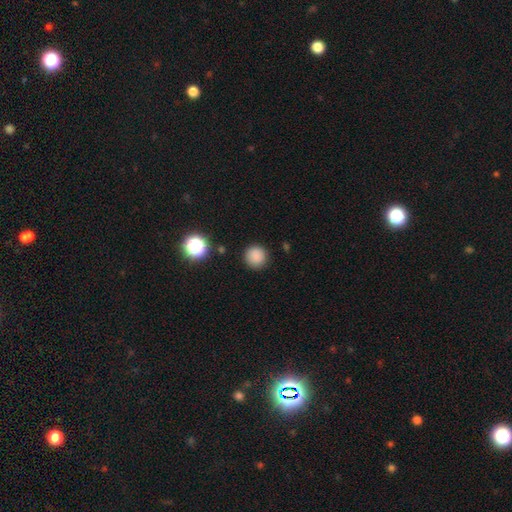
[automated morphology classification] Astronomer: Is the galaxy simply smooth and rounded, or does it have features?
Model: smooth — 84%.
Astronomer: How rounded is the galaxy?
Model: round — 95%.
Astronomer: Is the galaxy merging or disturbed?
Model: none — 90%.